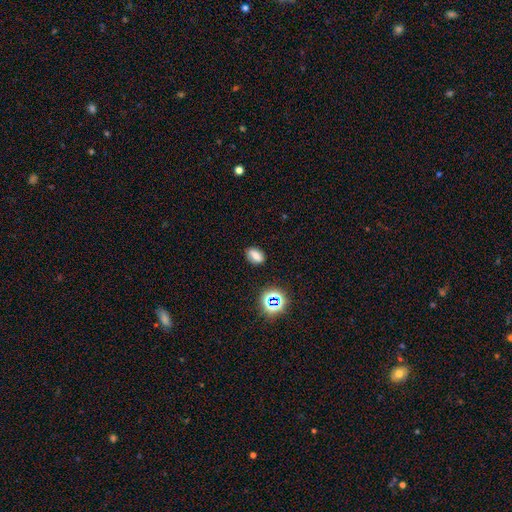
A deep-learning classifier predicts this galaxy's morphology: Q: Smooth or featured?
A: smooth (63%); runner-up: star or artifact (19%)
Q: How rounded?
A: in between (74%); runner-up: round (22%)
Q: Merging?
A: none (82%); runner-up: minor disturbance (12%)